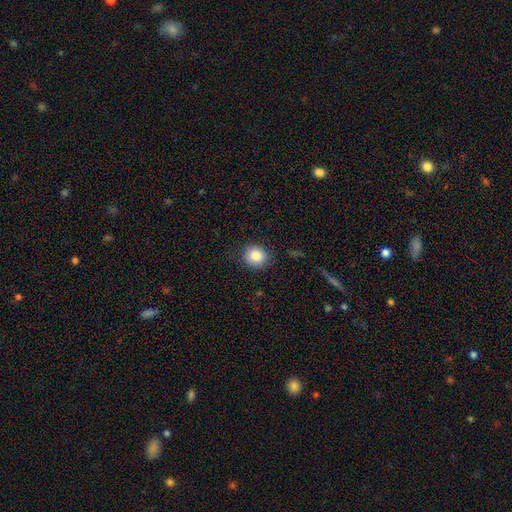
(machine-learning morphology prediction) A smooth galaxy with no disk features (84%) that is round (85%).

Vote fractions:
- Smooth or featured? smooth: 84% / star or artifact: 9% / featured or disk: 7%
- How rounded? round: 85% / in between: 14% / cigar-shaped: 1%
- Merging? none: 86% / minor disturbance: 10% / major disturbance: 3% / merger: 1%